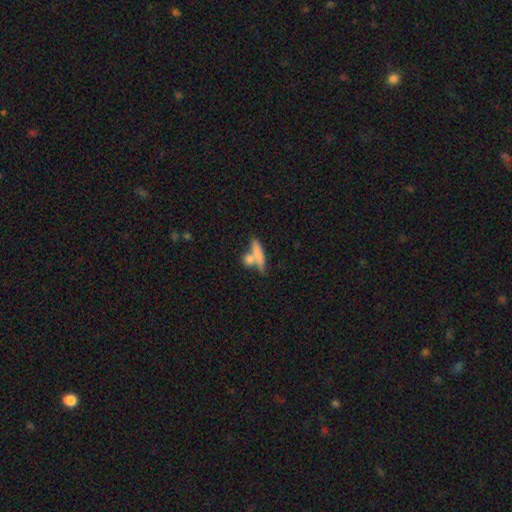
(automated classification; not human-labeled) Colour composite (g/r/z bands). It shows a smooth galaxy with no disk features (73%) that is cigar-shaped (63%). Merging: none (45%).